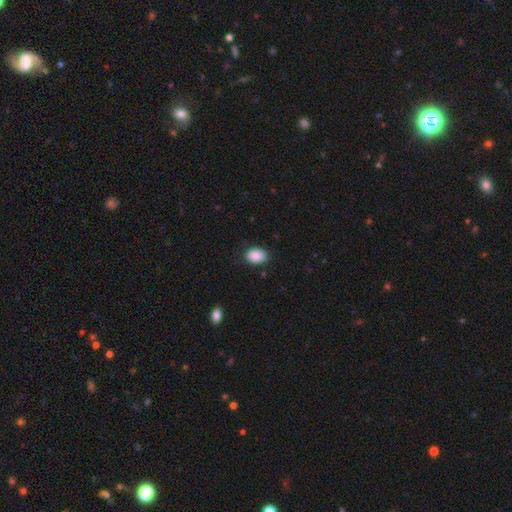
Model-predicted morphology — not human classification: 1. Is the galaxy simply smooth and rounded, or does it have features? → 88% smooth, 8% star or artifact, 4% featured or disk.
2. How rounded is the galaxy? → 71% in between, 28% round, 1% cigar-shaped.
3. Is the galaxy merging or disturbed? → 83% none, 13% minor disturbance, 3% major disturbance, 1% merger.